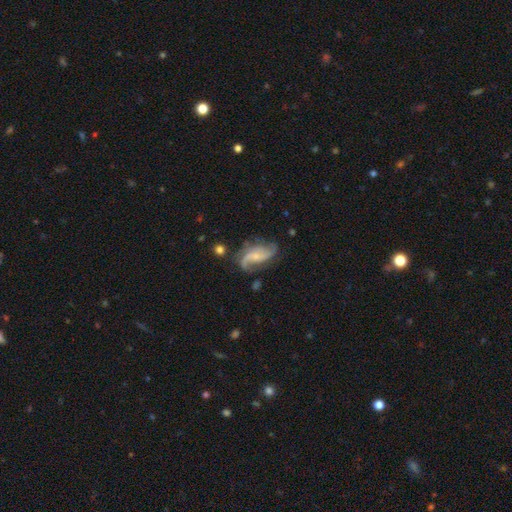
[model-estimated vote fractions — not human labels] smooth-or-featured: featured or disk: 80% | smooth: 13% | star or artifact: 7%
  disk-edge-on: no: 96% | yes: 4%
    bar: no: 56% | weak: 34% | strong: 9%
    has-spiral-arms: yes: 94% | no: 6%
      spiral-winding: loose: 47% | medium: 39% | tight: 15%
      spiral-arm-count: 2: 60% | 3: 16% | can't tell: 12% | 1: 6% | 4: 4% | more than 4: 3%
    bulge-size: small: 66% | moderate: 21% | none: 10% | large: 2% | dominant: 1%
  merging: none: 57% | minor disturbance: 23% | major disturbance: 17% | merger: 4%